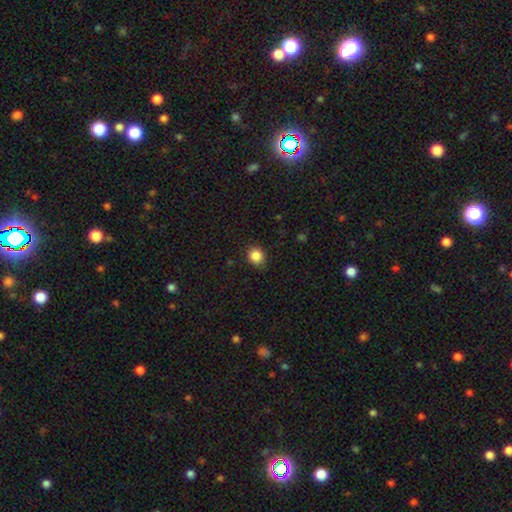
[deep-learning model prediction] Smooth or featured: smooth — 86% (star or artifact — 10%)
How rounded: round — 72% (in between — 27%)
Merging: none — 87% (minor disturbance — 9%)